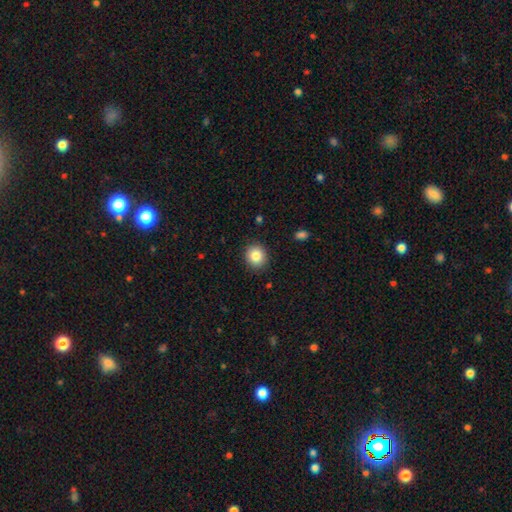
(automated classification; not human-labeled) Smooth or featured? Predicted: smooth (p=0.84). How rounded? Predicted: round (p=0.85). Merging? Predicted: none (p=0.90).